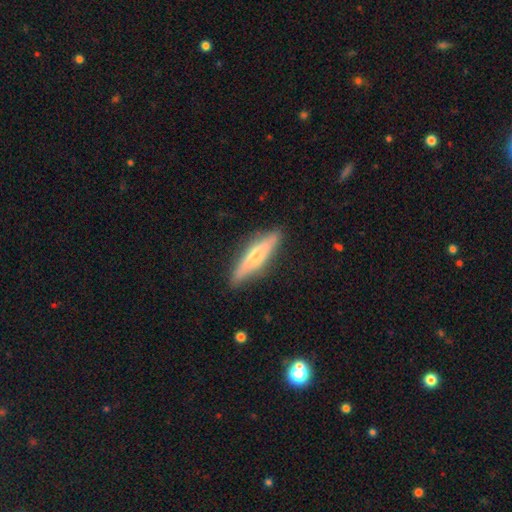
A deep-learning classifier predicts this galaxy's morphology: smooth_or_featured: featured or disk (p=0.49) [alt: smooth p=0.45]
merging: none (p=0.86) [alt: minor disturbance p=0.11]